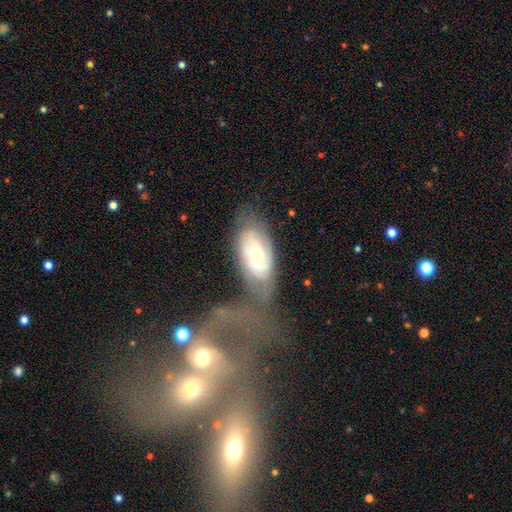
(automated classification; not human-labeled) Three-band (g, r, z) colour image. It shows a featured or disk galaxy (68%) with no bar (57%), spiral arms (78%) and a moderate central bulge (59%). Merging: none (41%).